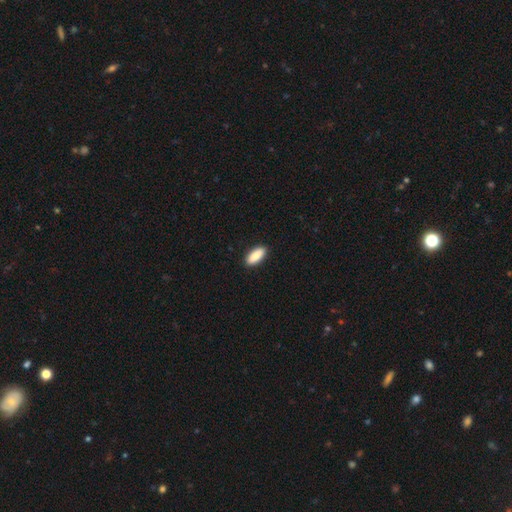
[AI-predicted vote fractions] smooth-or-featured: smooth: 89% | star or artifact: 6% | featured or disk: 5%
  how-rounded: in between: 84% | cigar-shaped: 14% | round: 2%
  merging: none: 91% | minor disturbance: 7% | major disturbance: 2% | merger: 1%